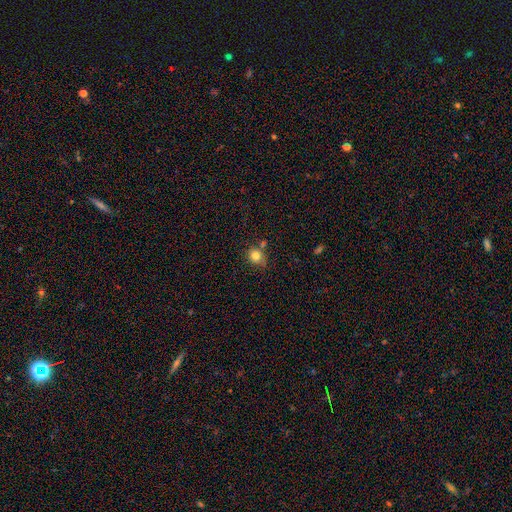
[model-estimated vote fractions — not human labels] Smooth or featured?
  - smooth: 81% *
  - star or artifact: 11%
  - featured or disk: 7%
How rounded?
  - round: 78% *
  - in between: 21%
  - cigar-shaped: 1%
Merging?
  - none: 63% *
  - minor disturbance: 20%
  - merger: 12%
  - major disturbance: 5%